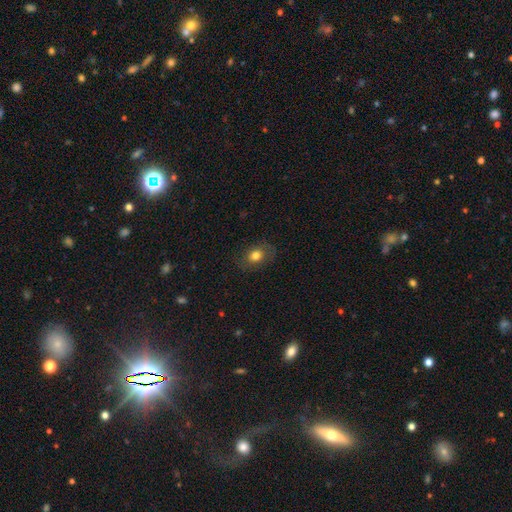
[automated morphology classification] A smooth galaxy with no disk features (75%) that is in between round and cigar-shaped (62%).

Vote fractions:
- Smooth or featured? smooth: 75% / featured or disk: 14% / star or artifact: 11%
- How rounded? in between: 62% / round: 37% / cigar-shaped: 1%
- Merging? none: 80% / minor disturbance: 14% / major disturbance: 5% / merger: 1%